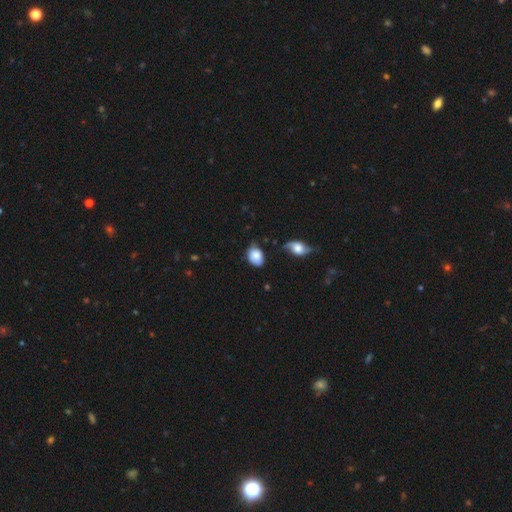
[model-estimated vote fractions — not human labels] Smooth or featured? Predicted: smooth (p=0.80). How rounded? Predicted: in between (p=0.73). Merging? Predicted: none (p=0.50).